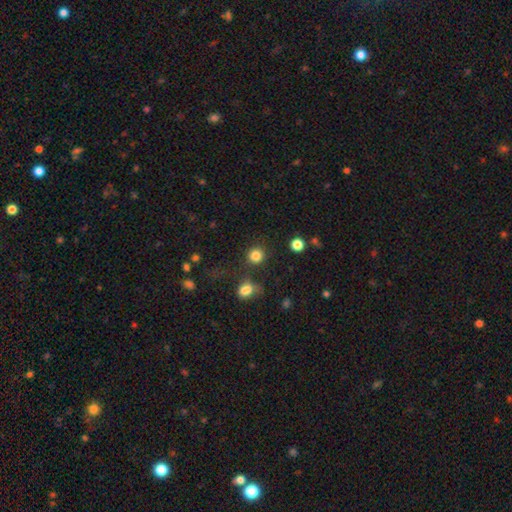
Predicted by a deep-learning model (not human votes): This appears to be a smooth galaxy with no disk features (84%) that is round (90%). Merging: none (82%).